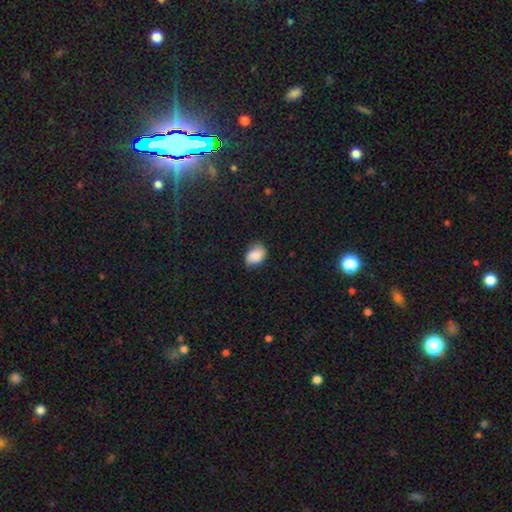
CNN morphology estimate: A smooth galaxy with no disk features (83%) that is in between round and cigar-shaped (72%).

Vote fractions:
- Smooth or featured? smooth: 83% / featured or disk: 9% / star or artifact: 8%
- How rounded? in between: 72% / round: 27% / cigar-shaped: 1%
- Merging? none: 63% / minor disturbance: 30% / major disturbance: 5% / merger: 1%